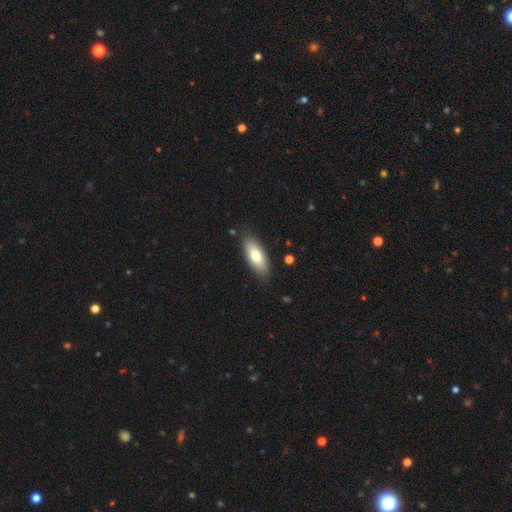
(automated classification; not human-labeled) Q: Smooth or featured?
A: smooth (76%); runner-up: featured or disk (19%)
Q: How rounded?
A: in between (77%); runner-up: cigar-shaped (21%)
Q: Merging?
A: none (85%); runner-up: minor disturbance (11%)